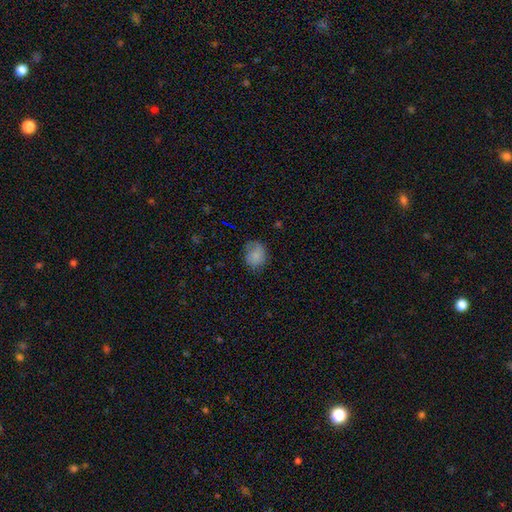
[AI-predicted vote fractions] smooth_or_featured: smooth (p=0.78) [alt: featured or disk p=0.13]
how_rounded: round (p=0.63) [alt: in between p=0.37]
merging: none (p=0.63) [alt: minor disturbance p=0.26]